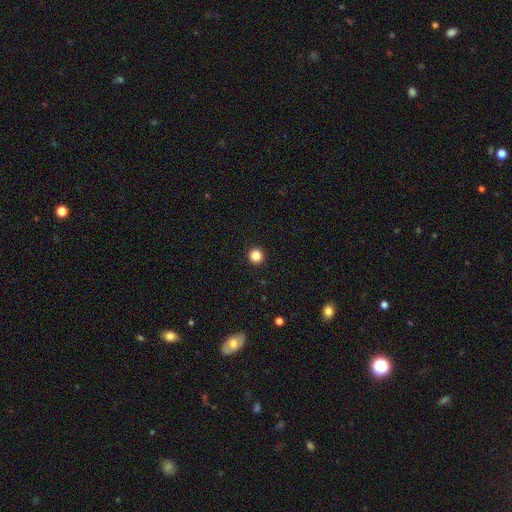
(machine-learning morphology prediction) This appears to be a smooth galaxy with no disk features (85%) that is round (96%). Merging: none (94%).